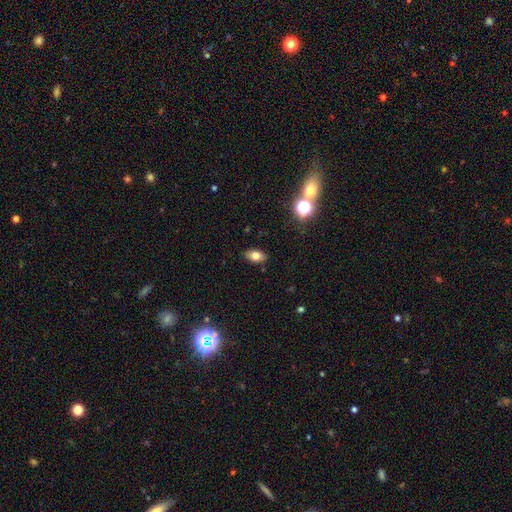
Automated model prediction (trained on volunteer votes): This appears to be a smooth galaxy with no disk features (75%) that is in between round and cigar-shaped (89%). Merging: none (87%).